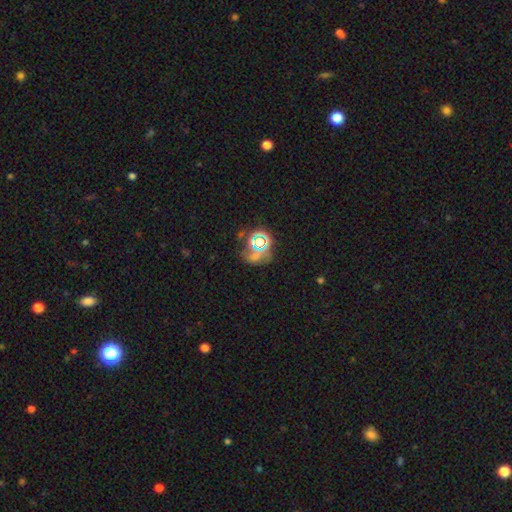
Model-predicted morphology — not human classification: smooth-or-featured: star or artifact: 59% | smooth: 24% | featured or disk: 16%